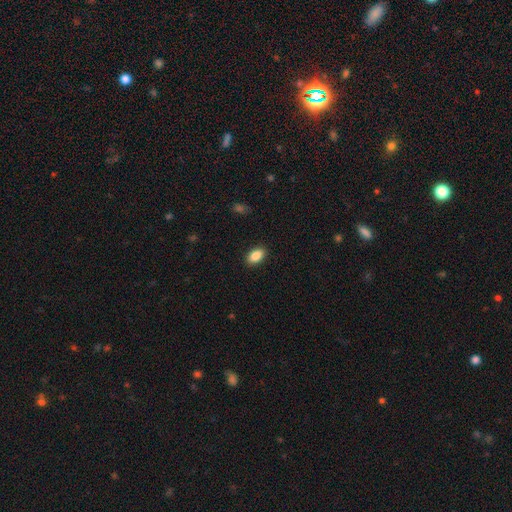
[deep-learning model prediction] smooth-or-featured: smooth: 88% | star or artifact: 8% | featured or disk: 4%
  how-rounded: in between: 91% | round: 7% | cigar-shaped: 2%
  merging: none: 89% | minor disturbance: 8% | major disturbance: 2% | merger: 1%